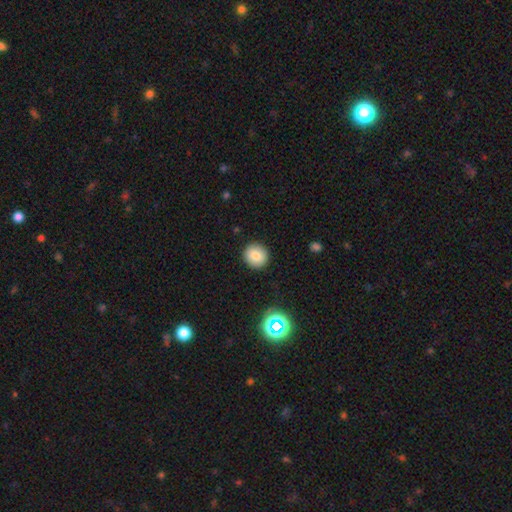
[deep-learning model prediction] This is clearly a smooth galaxy (83%). How rounded: clearly round (89%). Merging: clearly none (90%).